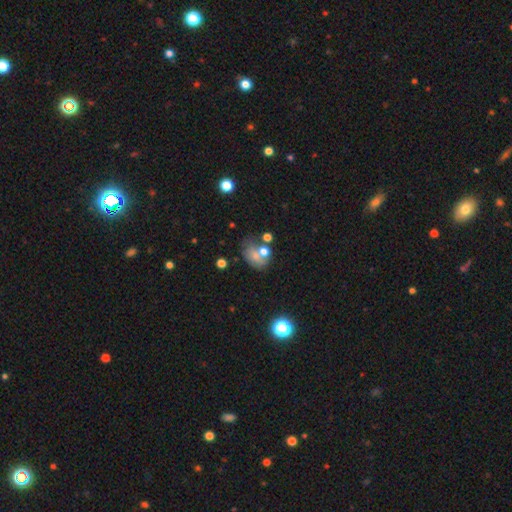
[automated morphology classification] Smooth or featured? Predicted: smooth (p=0.60). How rounded? Predicted: in between (p=0.64). Merging? Predicted: none (p=0.35).